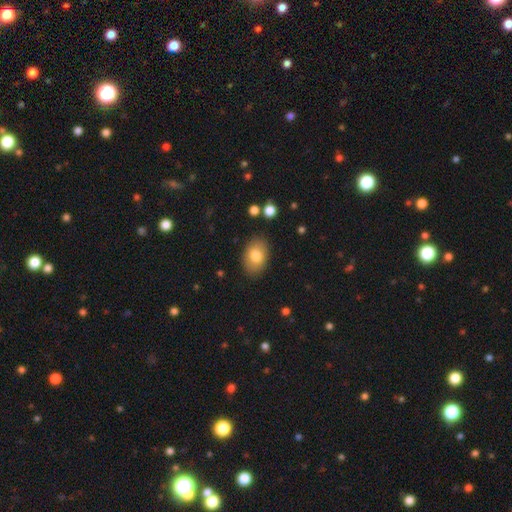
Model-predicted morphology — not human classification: type=smooth (80%); roundness=in between (83%); merging=none (86%).